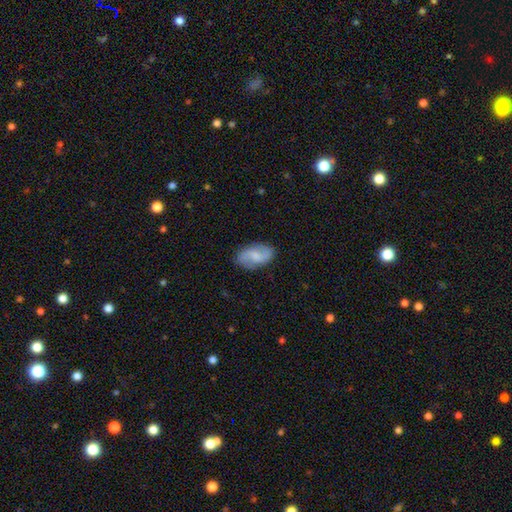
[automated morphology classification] Smooth or featured? Predicted: featured or disk (p=0.59). Edge-on disk? Predicted: no (p=0.96). Bar? Predicted: weak (p=0.51). Spiral arms? Predicted: yes (p=0.91). Spiral winding? Predicted: loose (p=0.46). Spiral arm count? Predicted: 2 (p=0.89). Bulge size? Predicted: small (p=0.36). Merging? Predicted: none (p=0.82).